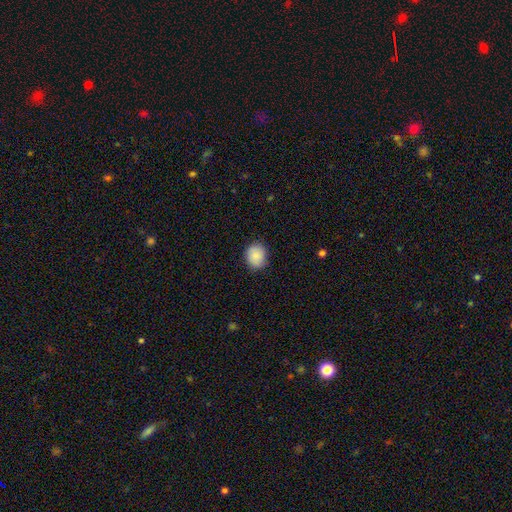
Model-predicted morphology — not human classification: smooth 86%, star or artifact 8%, featured or disk 6%. Down the decision tree: how rounded — round (65%); merging — none (81%).